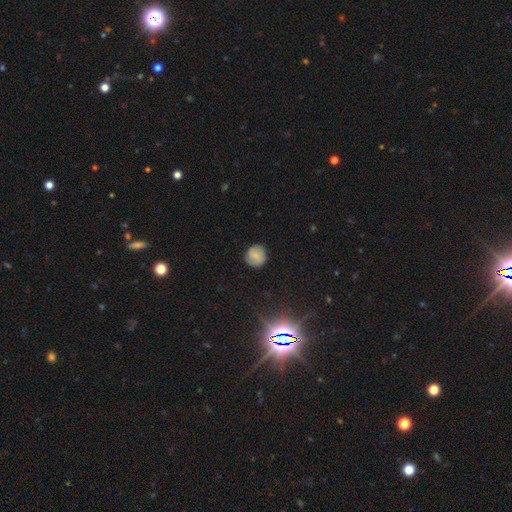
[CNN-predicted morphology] This is likely a smooth galaxy (70%). How rounded: clearly round (90%). Merging: clearly none (83%).